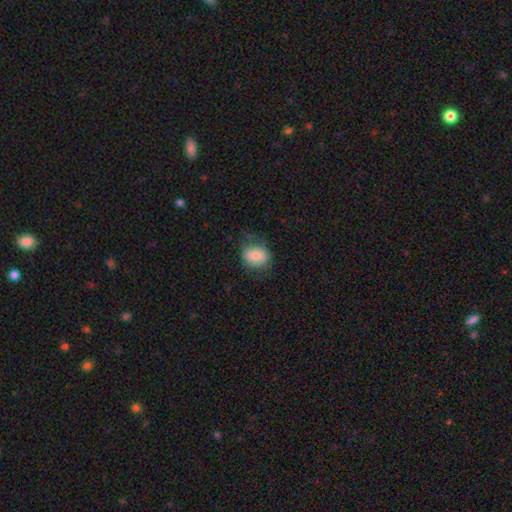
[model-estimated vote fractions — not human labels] This appears to be a smooth galaxy with no disk features (73%) that is round (57%). Merging: none (67%).